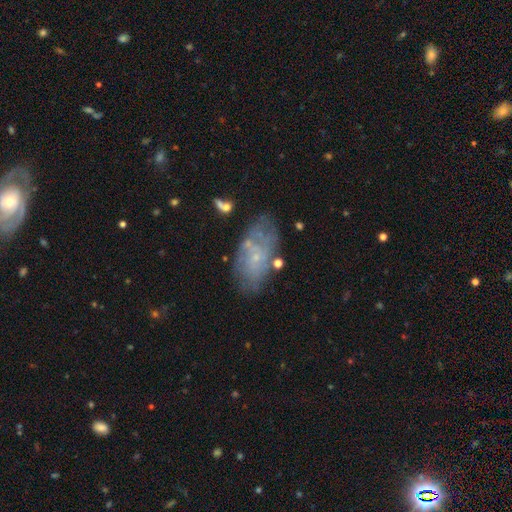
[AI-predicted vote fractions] This is possibly a featured or disk galaxy (57%). It is clearly not viewed edge-on (94%). Bar: clearly no (80%). Spiral arm pattern: possibly yes (55%). Central bulge: likely small (78%). Merging: likely none (64%).